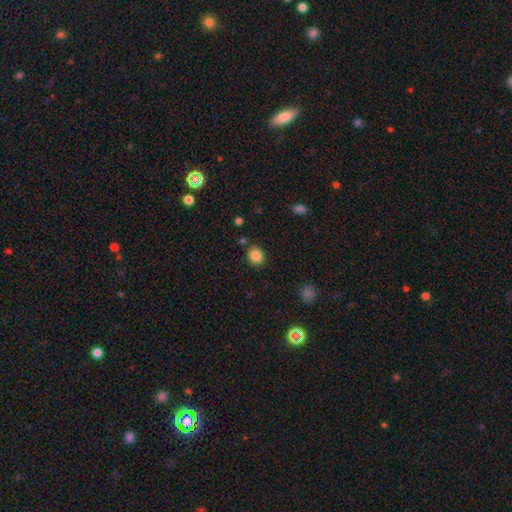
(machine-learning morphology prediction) type=smooth (85%); roundness=round (63%); merging=none (82%).